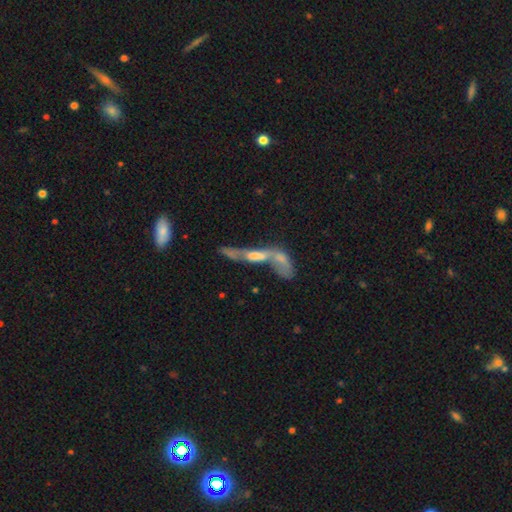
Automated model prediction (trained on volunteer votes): smooth_or_featured: featured or disk (p=0.58) [alt: smooth p=0.31]
disk_edge_on: no (p=0.54) [alt: yes p=0.46]
merging: merger (p=0.65) [alt: none p=0.17]